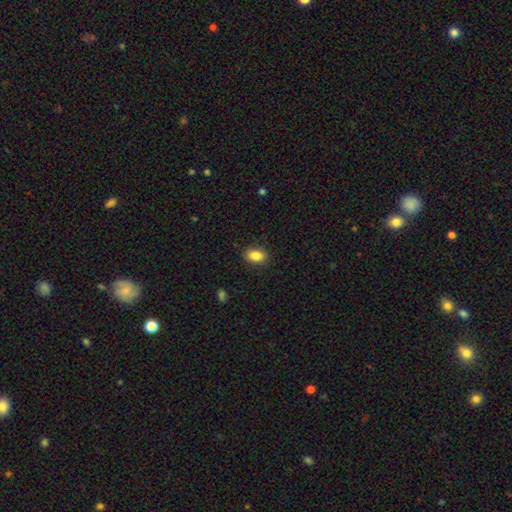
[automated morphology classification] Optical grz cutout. It shows a smooth galaxy with no disk features (86%) that is in between round and cigar-shaped (82%). Merging: none (89%).